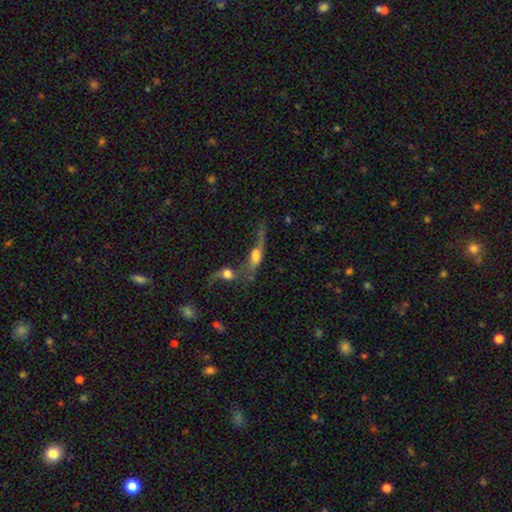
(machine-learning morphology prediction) Smooth or featured? featured or disk (49%)
Merging? merger (63%)